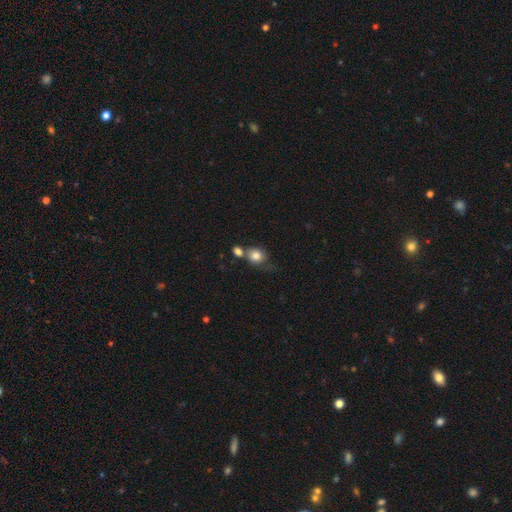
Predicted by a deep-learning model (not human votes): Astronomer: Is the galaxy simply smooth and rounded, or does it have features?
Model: smooth — 82%.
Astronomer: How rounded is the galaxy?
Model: round — 73%.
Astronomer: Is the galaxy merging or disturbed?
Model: none — 41% (runner-up: merger, 37%).